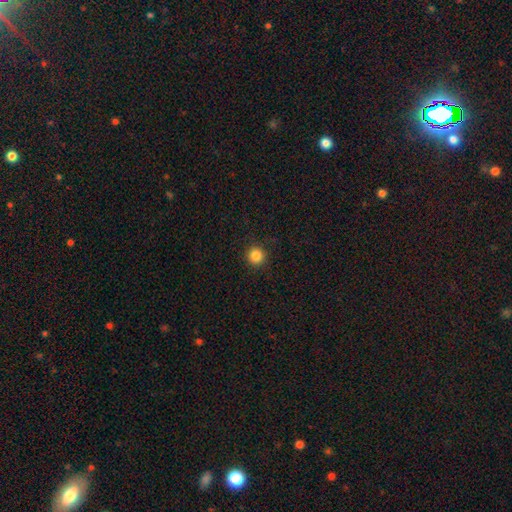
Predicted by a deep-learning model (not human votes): smooth-or-featured: smooth: 85% | star or artifact: 11% | featured or disk: 3%
  how-rounded: round: 95% | in between: 4% | cigar-shaped: 1%
  merging: none: 92% | minor disturbance: 5% | major disturbance: 2% | merger: 1%